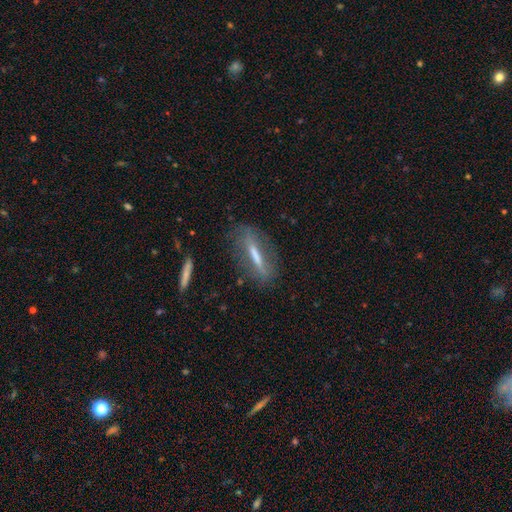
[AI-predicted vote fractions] This appears to be a featured or disk galaxy (50%). Merging: none (70%).